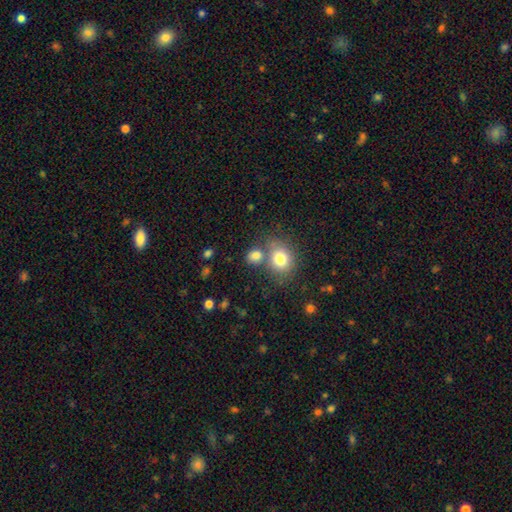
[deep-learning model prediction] This appears to be a smooth galaxy with no disk features (81%) that is round (54%). Merging: none (54%).